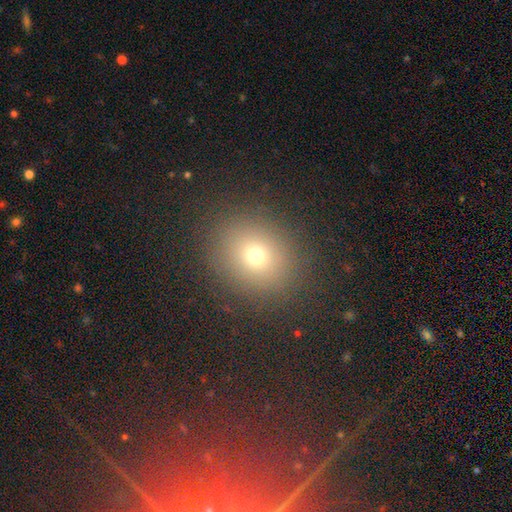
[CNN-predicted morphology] smooth-or-featured: smooth: 70% | star or artifact: 20% | featured or disk: 10%
  how-rounded: round: 74% | in between: 25% | cigar-shaped: 1%
  merging: none: 88% | minor disturbance: 7% | major disturbance: 4% | merger: 1%